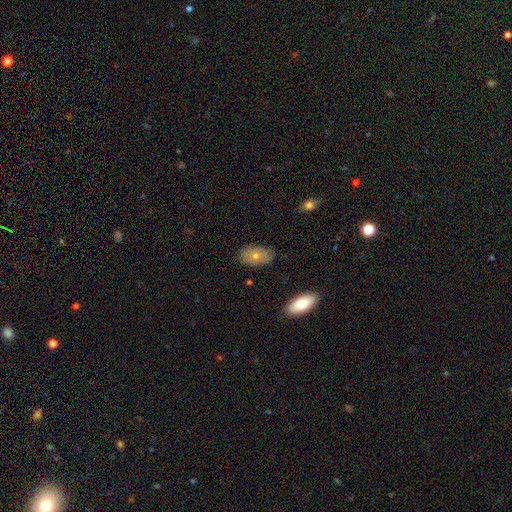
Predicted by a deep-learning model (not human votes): smooth-or-featured: smooth: 69% | featured or disk: 22% | star or artifact: 8%
  how-rounded: in between: 89% | round: 9% | cigar-shaped: 2%
  merging: none: 80% | minor disturbance: 15% | major disturbance: 3% | merger: 2%